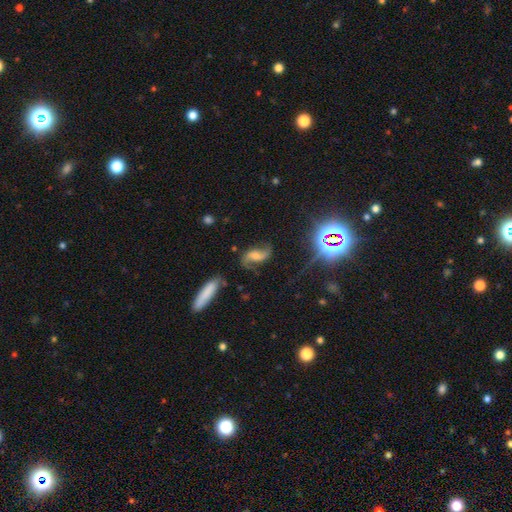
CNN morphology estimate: featured or disk 73%, smooth 14%, star or artifact 12%. Down the decision tree: edge-on disk — no (95%); bar — no (46%); spiral arms — yes (93%); spiral arm count — 2 (90%); spiral winding — loose (72%); bulge size — moderate (41%); merging — none (67%).